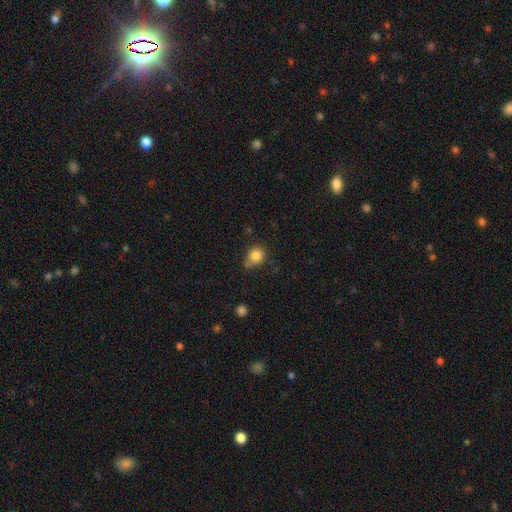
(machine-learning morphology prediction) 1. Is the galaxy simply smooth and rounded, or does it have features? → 83% smooth, 11% star or artifact, 6% featured or disk.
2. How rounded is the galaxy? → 73% round, 26% in between, 1% cigar-shaped.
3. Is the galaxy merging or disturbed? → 57% none, 28% minor disturbance, 9% merger, 7% major disturbance.